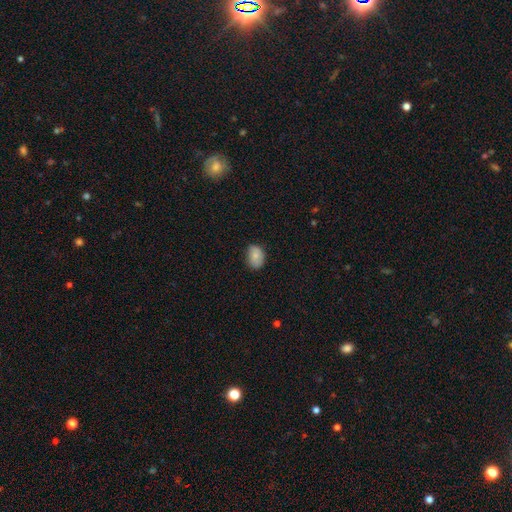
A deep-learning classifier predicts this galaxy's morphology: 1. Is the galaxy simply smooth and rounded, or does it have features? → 81% smooth, 11% featured or disk, 8% star or artifact.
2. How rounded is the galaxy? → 75% in between, 23% round, 1% cigar-shaped.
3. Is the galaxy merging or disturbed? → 71% none, 24% minor disturbance, 4% major disturbance, 1% merger.